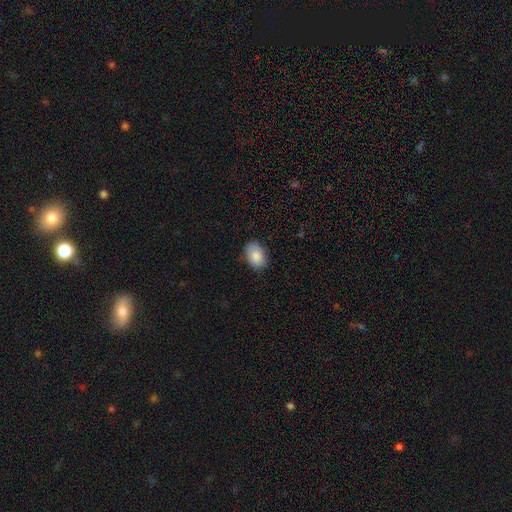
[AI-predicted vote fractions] Smooth or featured? Predicted: smooth (p=0.87). How rounded? Predicted: in between (p=0.83). Merging? Predicted: none (p=0.83).